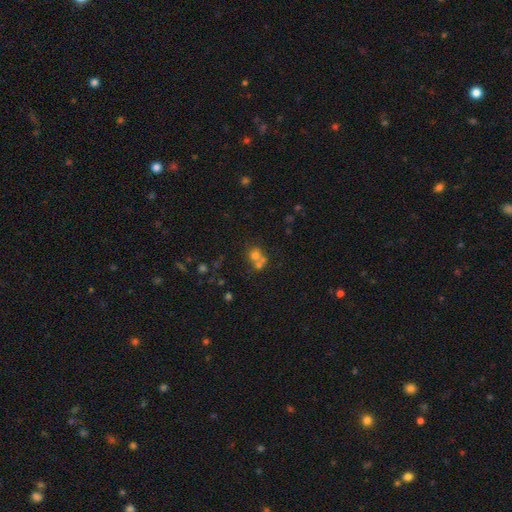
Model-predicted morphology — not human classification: smooth 62%, featured or disk 19%, star or artifact 19%. Down the decision tree: how rounded — round (79%); merging — merger (49%).